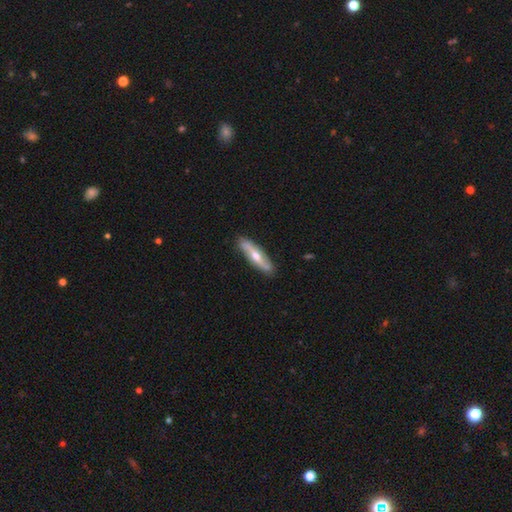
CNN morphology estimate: smooth_or_featured: featured or disk (p=0.61) [alt: smooth p=0.34]
disk_edge_on: yes (p=0.59) [alt: no p=0.41]
merging: none (p=0.87) [alt: minor disturbance p=0.10]